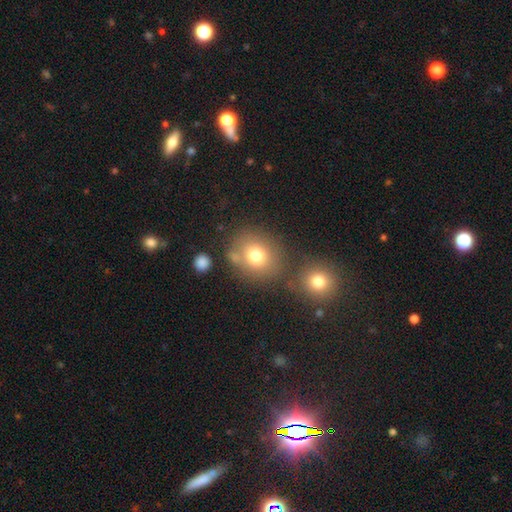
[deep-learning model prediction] A smooth galaxy with no disk features (75%) that is round (72%). Merging: none (63%).